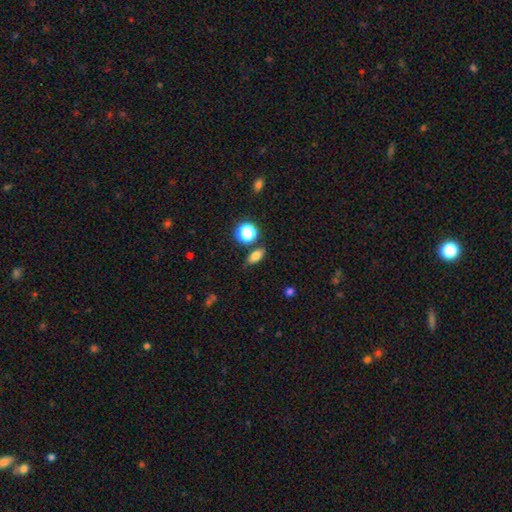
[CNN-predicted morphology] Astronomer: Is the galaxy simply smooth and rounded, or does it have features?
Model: smooth — 75%.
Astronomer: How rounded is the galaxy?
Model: in between — 74%.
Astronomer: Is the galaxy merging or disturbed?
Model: none — 77%.